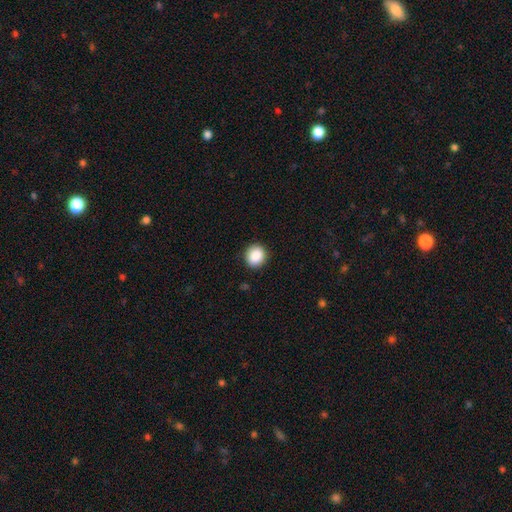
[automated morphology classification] Smooth or featured?
  - smooth: 88% *
  - star or artifact: 8%
  - featured or disk: 3%
How rounded?
  - round: 80% *
  - in between: 19%
  - cigar-shaped: 1%
Merging?
  - none: 90% *
  - minor disturbance: 7%
  - major disturbance: 2%
  - merger: 1%